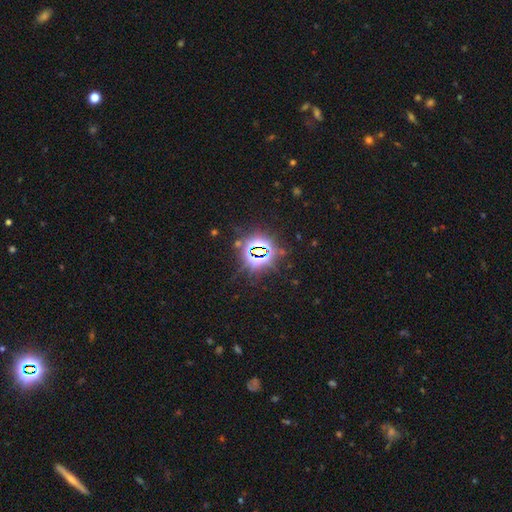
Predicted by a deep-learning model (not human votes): A star or artifact, not a galaxy (83%).